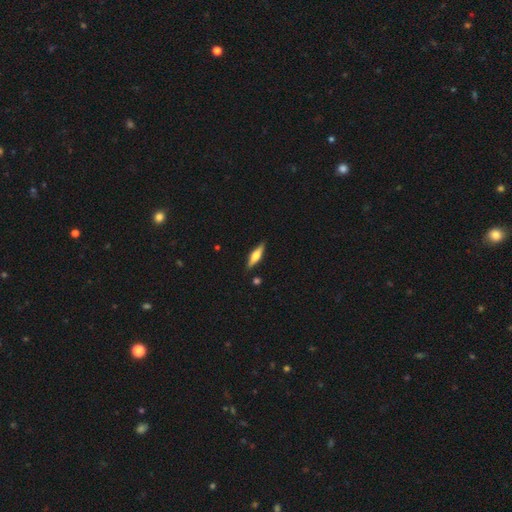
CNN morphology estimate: This appears to be a featured or disk galaxy (55%) viewed edge-on (95%) with a rounded central bulge (90%). Merging: none (88%).